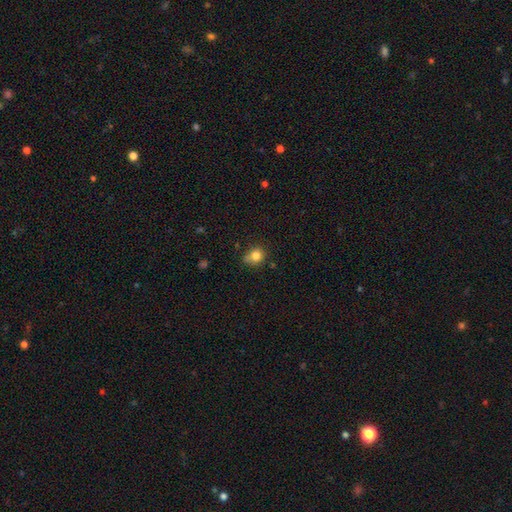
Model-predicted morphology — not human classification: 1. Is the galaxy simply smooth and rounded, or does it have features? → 81% smooth, 11% star or artifact, 8% featured or disk.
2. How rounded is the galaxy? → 73% round, 26% in between, 1% cigar-shaped.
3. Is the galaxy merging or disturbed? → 60% none, 26% minor disturbance, 8% merger, 6% major disturbance.